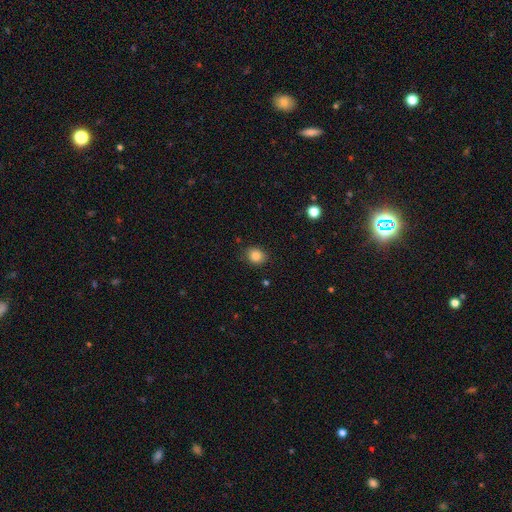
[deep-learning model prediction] Morphology: type=smooth (85%); roundness=round (69%); merging=none (86%).